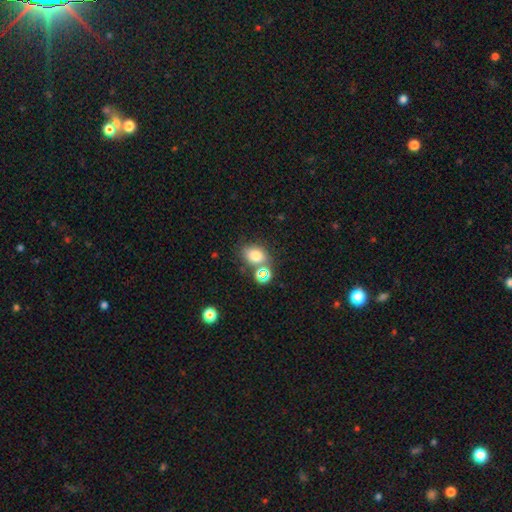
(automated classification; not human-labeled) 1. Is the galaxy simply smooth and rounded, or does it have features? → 77% smooth, 14% star or artifact, 9% featured or disk.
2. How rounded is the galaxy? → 62% in between, 36% round, 1% cigar-shaped.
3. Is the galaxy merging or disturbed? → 59% none, 22% merger, 14% minor disturbance, 5% major disturbance.